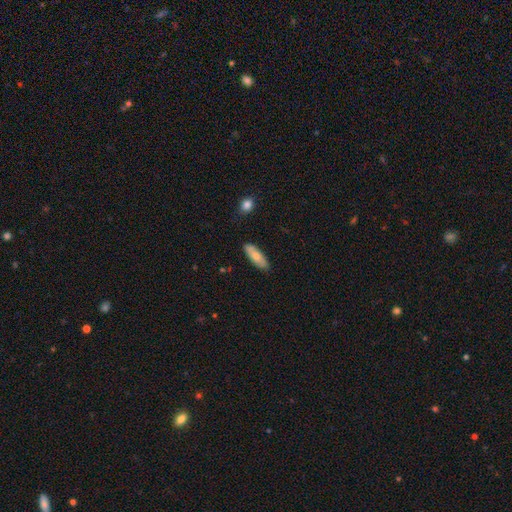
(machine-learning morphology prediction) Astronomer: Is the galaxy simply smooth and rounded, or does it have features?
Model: smooth — 67%.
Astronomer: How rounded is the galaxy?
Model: in between — 65%.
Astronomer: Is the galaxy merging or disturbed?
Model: none — 80%.